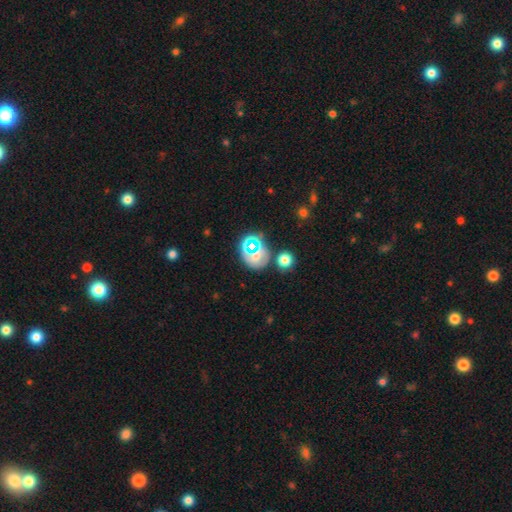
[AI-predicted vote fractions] Smooth or featured? smooth (44%)
Merging? none (60%)